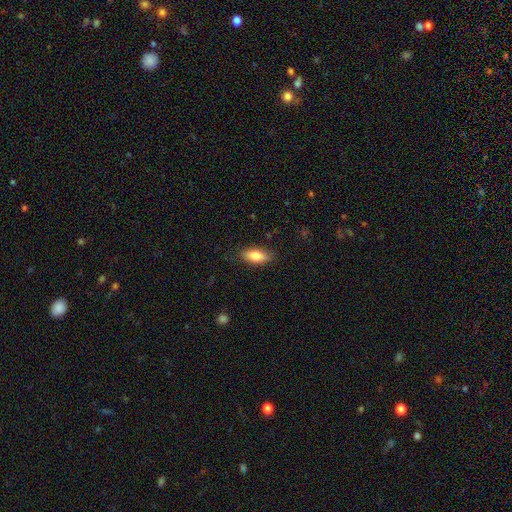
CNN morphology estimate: Smooth or featured: smooth — 80% (featured or disk — 13%)
How rounded: in between — 78% (cigar-shaped — 20%)
Merging: none — 84% (minor disturbance — 12%)